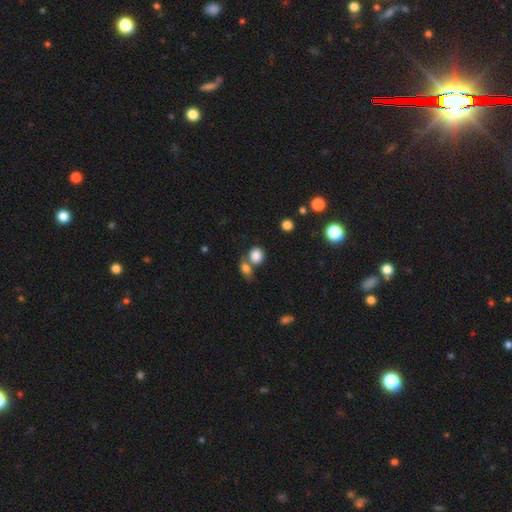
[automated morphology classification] smooth_or_featured: smooth (p=0.83) [alt: star or artifact p=0.10]
how_rounded: round (p=0.73) [alt: in between p=0.26]
merging: none (p=0.52) [alt: merger p=0.35]